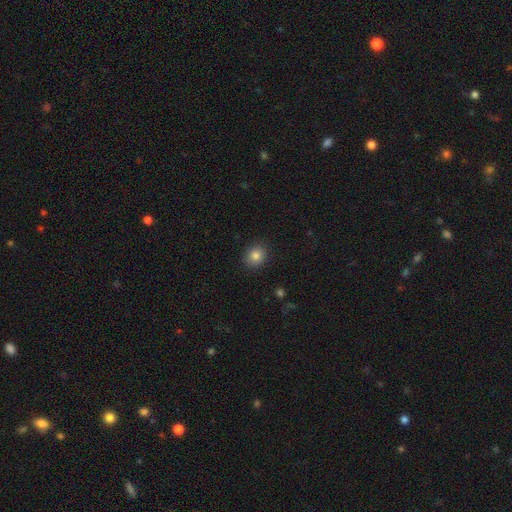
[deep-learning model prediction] Smooth or featured?
  - smooth: 83% *
  - star or artifact: 11%
  - featured or disk: 6%
How rounded?
  - round: 68% *
  - in between: 31%
  - cigar-shaped: 1%
Merging?
  - none: 89% *
  - minor disturbance: 8%
  - major disturbance: 2%
  - merger: 1%